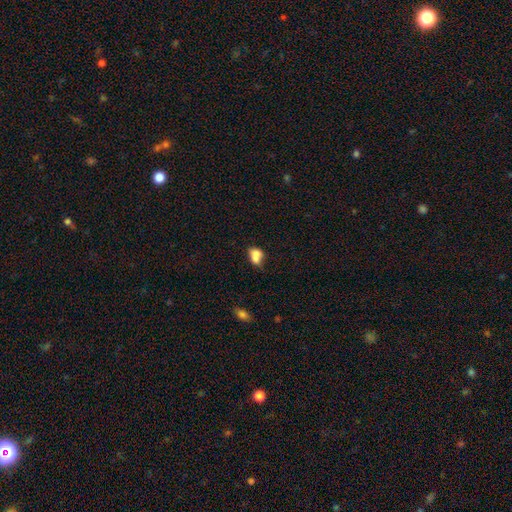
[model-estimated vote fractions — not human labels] Smooth or featured? smooth (76%)
How rounded? in between (72%)
Merging? merger (39%)